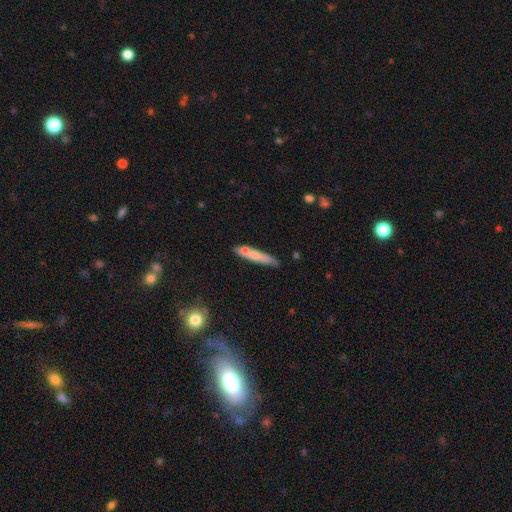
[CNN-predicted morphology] type=smooth (66%); roundness=cigar-shaped (89%); merging=none (64%).